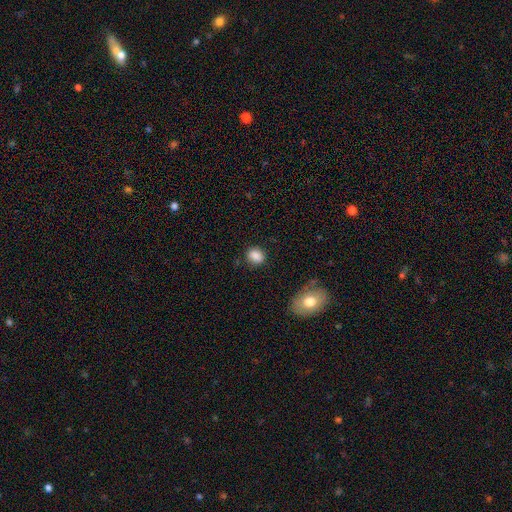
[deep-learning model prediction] smooth_or_featured: smooth (p=0.87) [alt: star or artifact p=0.09]
how_rounded: round (p=0.60) [alt: in between p=0.39]
merging: none (p=0.84) [alt: minor disturbance p=0.11]